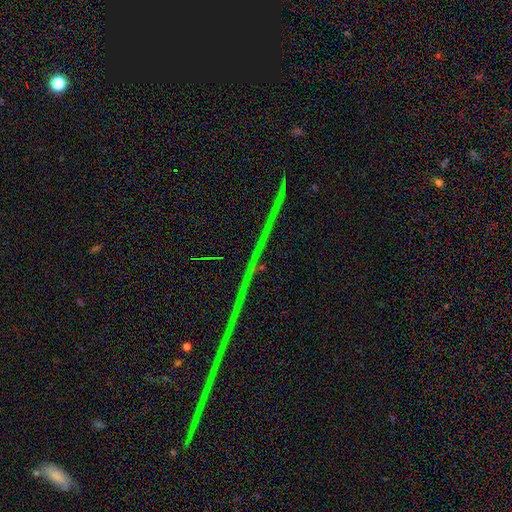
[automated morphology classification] A star or artifact, not a galaxy (88%).